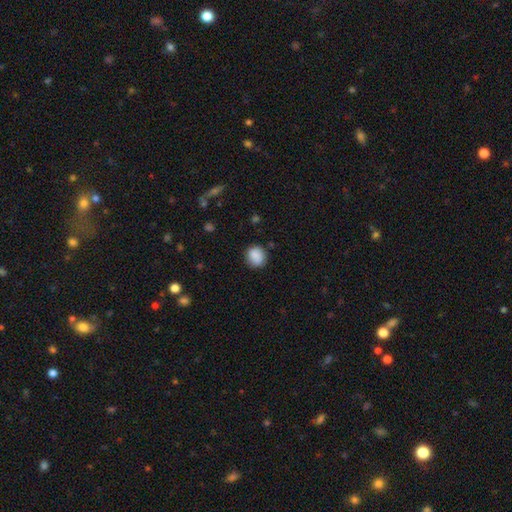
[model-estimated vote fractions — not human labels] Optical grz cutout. It shows a smooth galaxy with no disk features (88%) that is round (75%). Merging: none (81%).